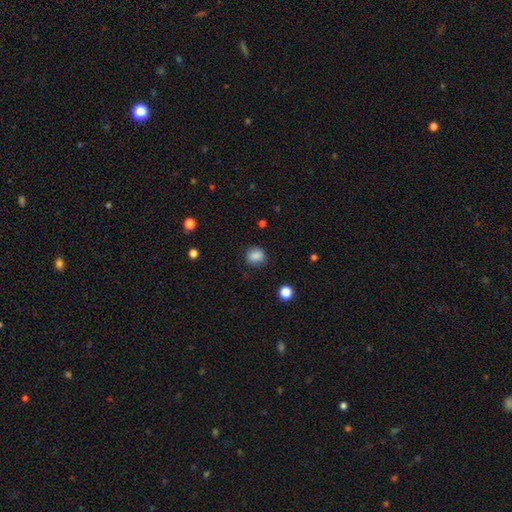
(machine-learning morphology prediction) smooth 85%, star or artifact 10%, featured or disk 5%. Down the decision tree: how rounded — round (61%); merging — none (77%).